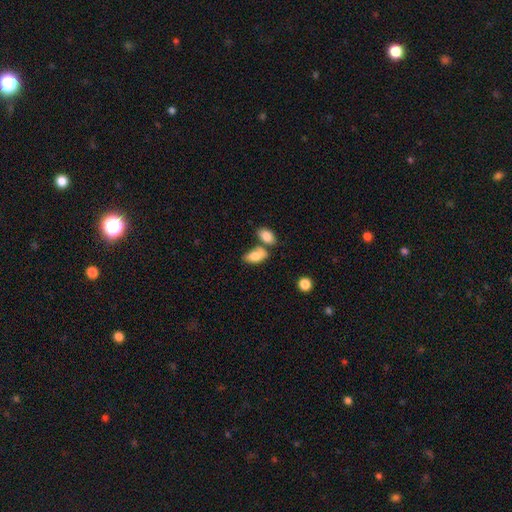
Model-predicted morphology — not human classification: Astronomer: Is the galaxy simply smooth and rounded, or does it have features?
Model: smooth — 81%.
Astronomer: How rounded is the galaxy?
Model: in between — 92%.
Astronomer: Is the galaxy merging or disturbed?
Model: none — 48% (runner-up: merger, 33%).